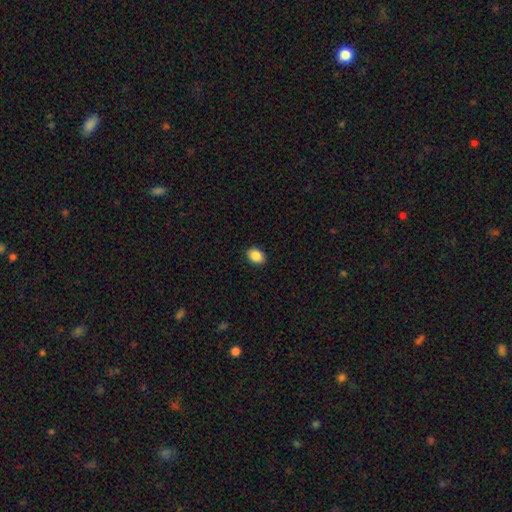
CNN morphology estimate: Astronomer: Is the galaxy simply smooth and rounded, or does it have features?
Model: smooth — 88%.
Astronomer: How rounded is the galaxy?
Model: in between — 74%.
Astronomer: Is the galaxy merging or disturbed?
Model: none — 90%.